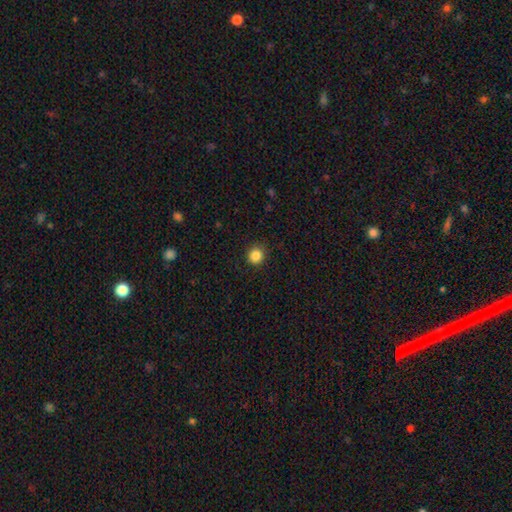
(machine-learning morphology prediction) Smooth or featured: smooth — 85% (star or artifact — 11%)
How rounded: round — 88% (in between — 11%)
Merging: none — 88% (minor disturbance — 8%)